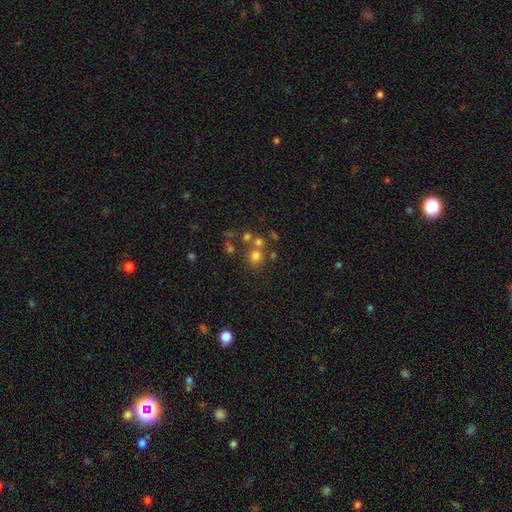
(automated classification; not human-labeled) Smooth or featured?
  - smooth: 68% *
  - star or artifact: 20%
  - featured or disk: 13%
How rounded?
  - round: 85% *
  - in between: 14%
  - cigar-shaped: 1%
Merging?
  - none: 57% *
  - merger: 30%
  - minor disturbance: 8%
  - major disturbance: 5%